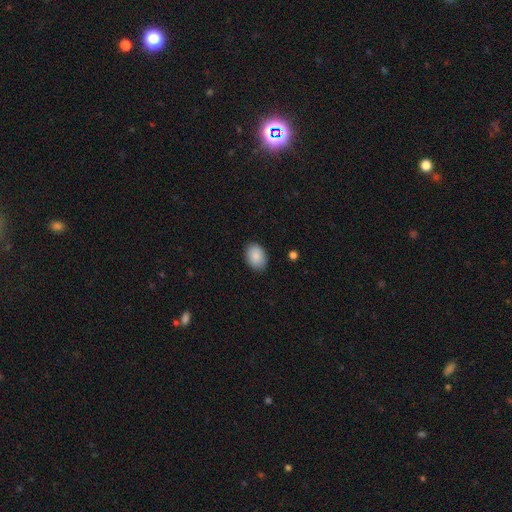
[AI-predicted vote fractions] Smooth or featured: smooth — 88% (star or artifact — 7%)
How rounded: in between — 82% (round — 17%)
Merging: none — 86% (minor disturbance — 11%)